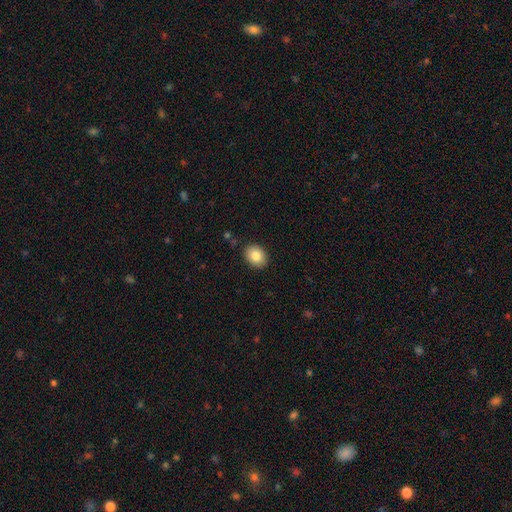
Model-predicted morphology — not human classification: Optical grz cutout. It shows a smooth galaxy with no disk features (85%) that is in between round and cigar-shaped (59%). Merging: none (89%).